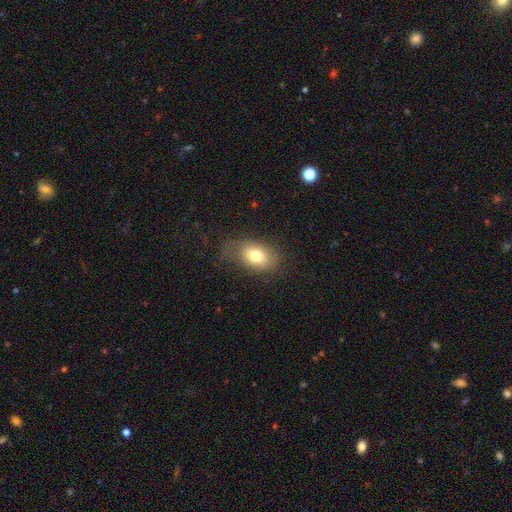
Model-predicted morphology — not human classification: Q: Smooth or featured?
A: smooth (75%); runner-up: featured or disk (15%)
Q: How rounded?
A: in between (78%); runner-up: round (21%)
Q: Merging?
A: none (63%); runner-up: minor disturbance (23%)